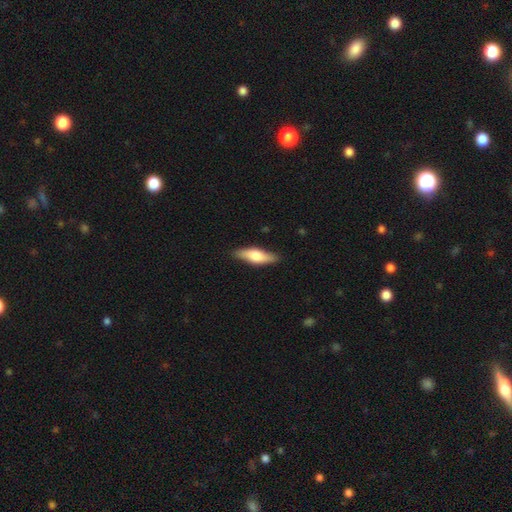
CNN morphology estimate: smooth_or_featured: smooth (p=0.60) [alt: featured or disk p=0.35]
how_rounded: cigar-shaped (p=0.49) [tied with: in between p=0.49]
merging: none (p=0.85) [alt: minor disturbance p=0.12]